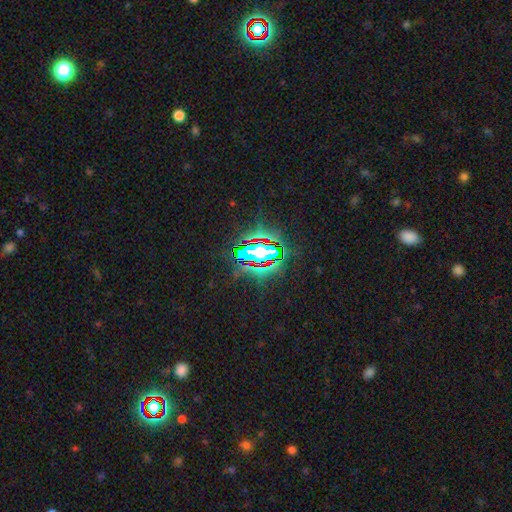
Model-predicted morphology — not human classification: smooth-or-featured: star or artifact: 81% | smooth: 10% | featured or disk: 9%